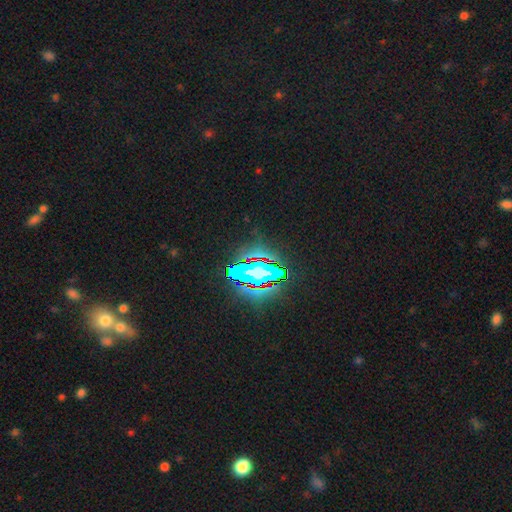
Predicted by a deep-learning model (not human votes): Smooth or featured? star or artifact (83%)